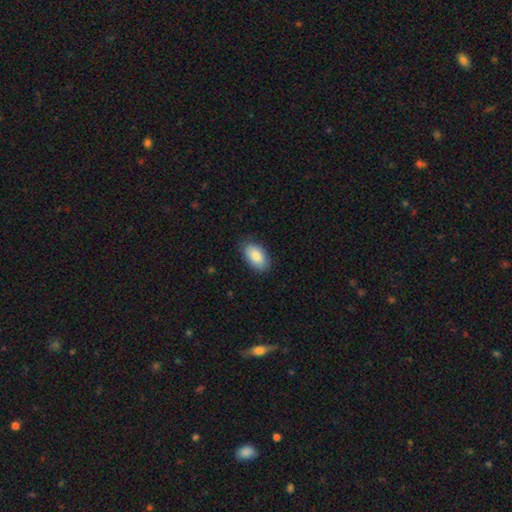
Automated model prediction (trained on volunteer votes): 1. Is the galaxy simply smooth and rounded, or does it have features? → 84% smooth, 9% featured or disk, 6% star or artifact.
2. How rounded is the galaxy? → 93% in between, 6% round, 1% cigar-shaped.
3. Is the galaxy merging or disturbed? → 85% none, 12% minor disturbance, 2% major disturbance, 1% merger.